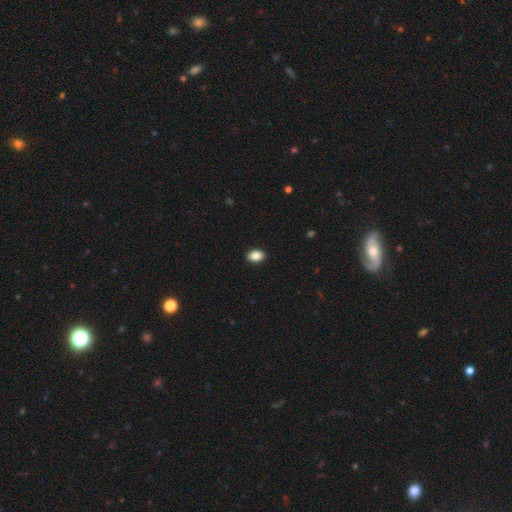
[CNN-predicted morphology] A smooth galaxy with no disk features (88%) that is in between round and cigar-shaped (82%).

Vote fractions:
- Smooth or featured? smooth: 88% / star or artifact: 8% / featured or disk: 4%
- How rounded? in between: 82% / round: 17% / cigar-shaped: 1%
- Merging? none: 91% / minor disturbance: 6% / major disturbance: 2% / merger: 1%